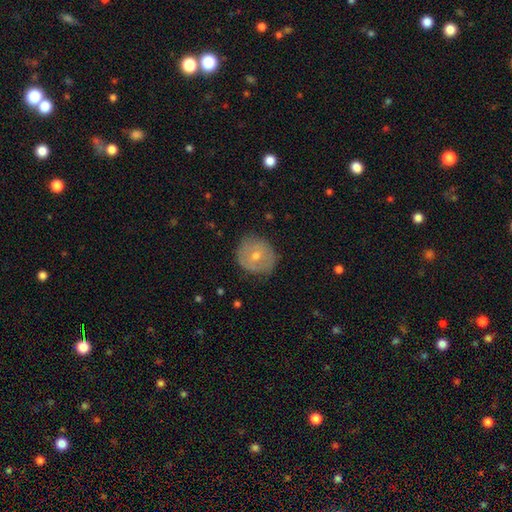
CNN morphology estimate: smooth 56%, featured or disk 37%, star or artifact 7%. Down the decision tree: how rounded — round (83%); merging — none (79%).